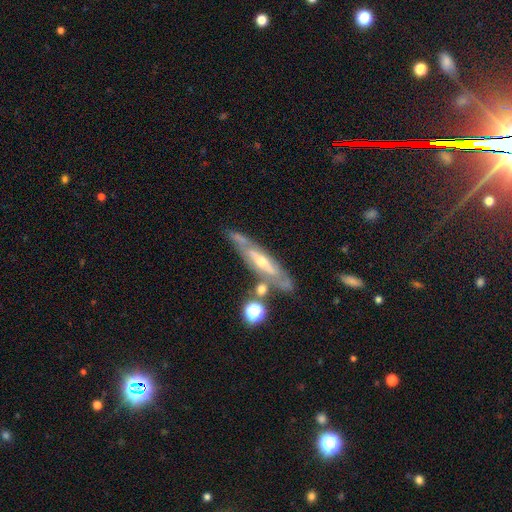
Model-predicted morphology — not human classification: A featured or disk galaxy (75%) viewed edge-on (50%, tied with no).

Vote fractions:
- Smooth or featured? featured or disk: 75% / smooth: 17% / star or artifact: 7%
- Edge-on disk? yes: 50% (tied) / no: 50% (tied)
- Merging? none: 68% / minor disturbance: 18% / merger: 8% / major disturbance: 6%